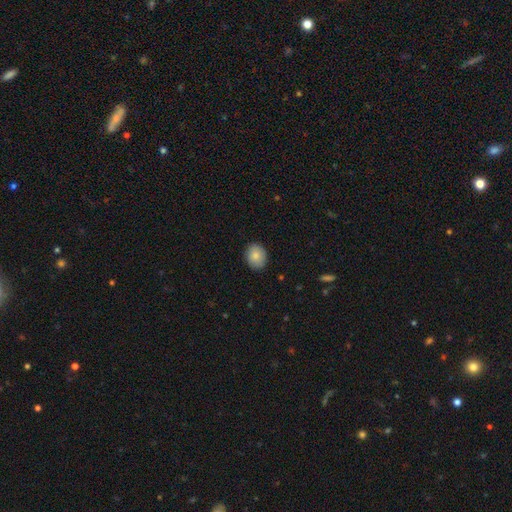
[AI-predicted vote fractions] smooth 85%, star or artifact 7%, featured or disk 7%. Down the decision tree: how rounded — in between (53%); merging — none (87%).